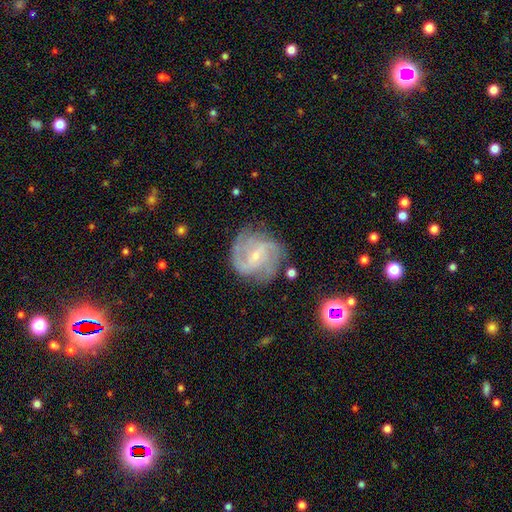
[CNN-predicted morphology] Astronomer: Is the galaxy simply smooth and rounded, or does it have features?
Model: featured or disk — 84%.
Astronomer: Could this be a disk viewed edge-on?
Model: no — 98%.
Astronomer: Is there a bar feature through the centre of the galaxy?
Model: weak — 51% (runner-up: no, 30%).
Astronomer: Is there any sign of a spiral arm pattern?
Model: yes — 95%.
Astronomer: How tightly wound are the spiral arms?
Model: medium — 47% (runner-up: tight, 34%).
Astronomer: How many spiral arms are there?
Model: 2 — 40% (runner-up: 3, 23%).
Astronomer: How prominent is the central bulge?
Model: small — 75%.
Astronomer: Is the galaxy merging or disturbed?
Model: none — 72%.